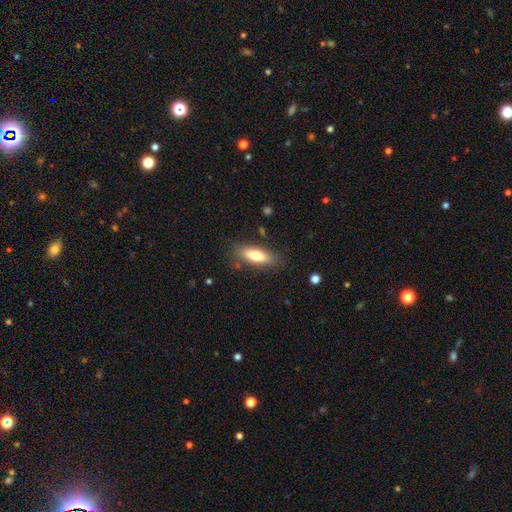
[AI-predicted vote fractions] smooth_or_featured: smooth (p=0.75) [alt: featured or disk p=0.19]
how_rounded: in between (p=0.58) [alt: cigar-shaped p=0.40]
merging: none (p=0.82) [alt: minor disturbance p=0.12]